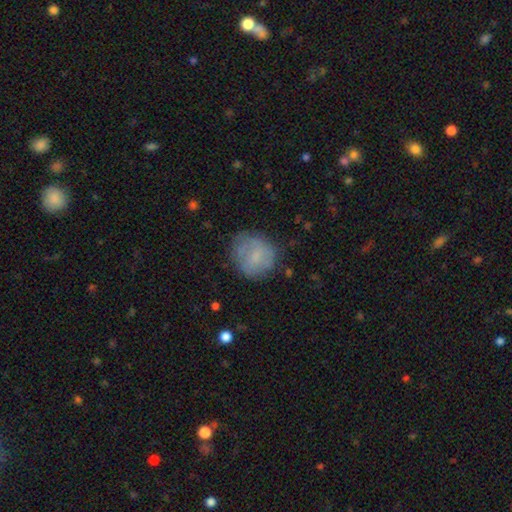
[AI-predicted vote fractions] A smooth galaxy with no disk features (69%) that is round (82%). Merging: none (66%).